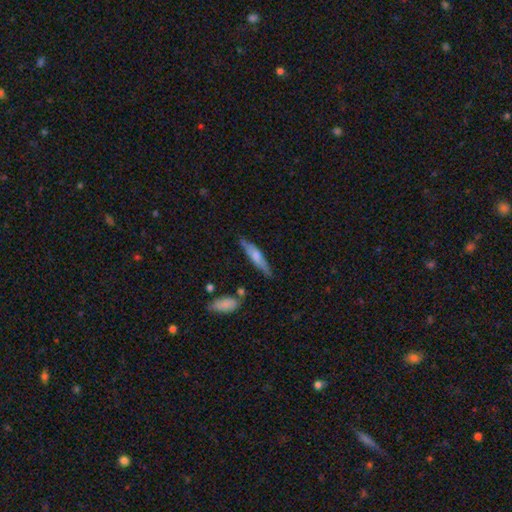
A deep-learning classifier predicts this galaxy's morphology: Q: Smooth or featured?
A: smooth (59%); runner-up: featured or disk (36%)
Q: How rounded?
A: cigar-shaped (82%); runner-up: in between (17%)
Q: Merging?
A: none (73%); runner-up: minor disturbance (18%)